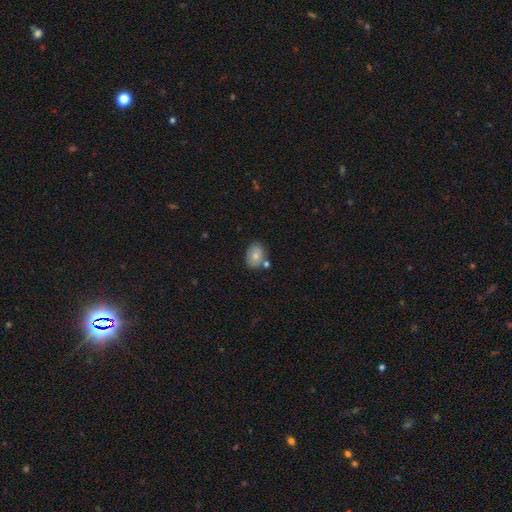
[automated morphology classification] A smooth galaxy with no disk features (75%) that is in between round and cigar-shaped (68%). Merging: none (68%).